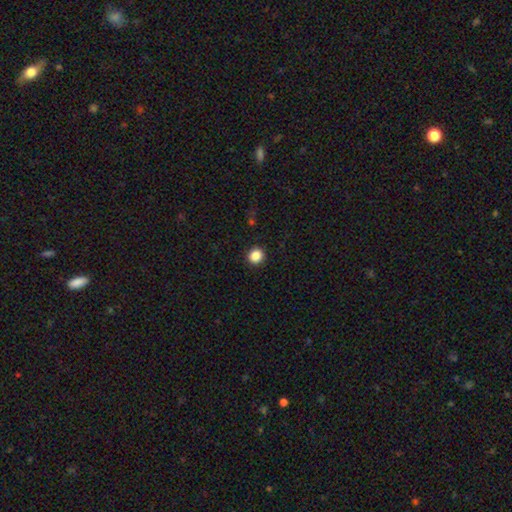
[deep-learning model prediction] This appears to be a smooth galaxy with no disk features (86%) that is round (90%). Merging: none (93%).